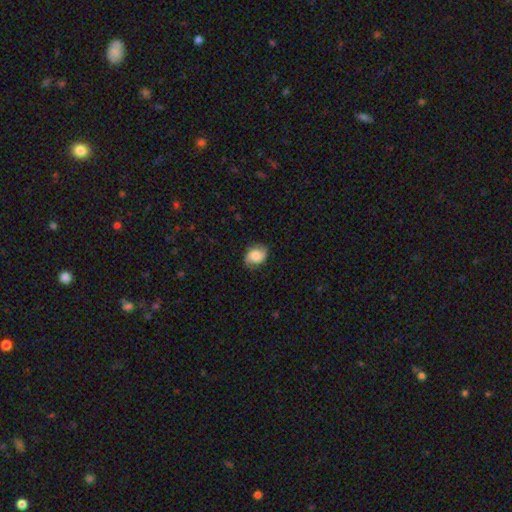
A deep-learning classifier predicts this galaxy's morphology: This is possibly a smooth galaxy (50%). How rounded: likely in between (61%). Merging: likely none (76%).